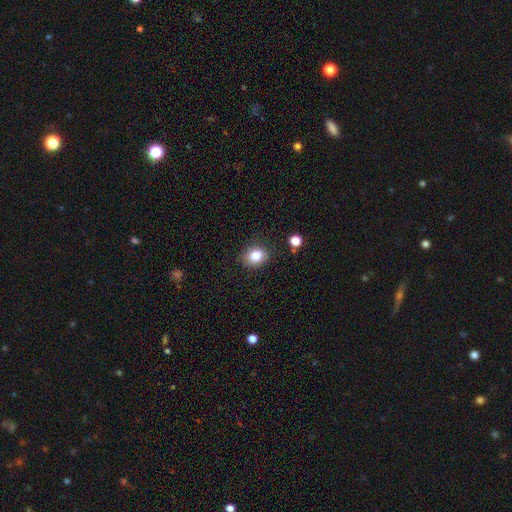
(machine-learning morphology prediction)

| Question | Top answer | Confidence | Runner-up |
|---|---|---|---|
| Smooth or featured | smooth | 82% | star or artifact (11%) |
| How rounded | round | 54% | in between (45%) |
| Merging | none | 82% | minor disturbance (13%) |